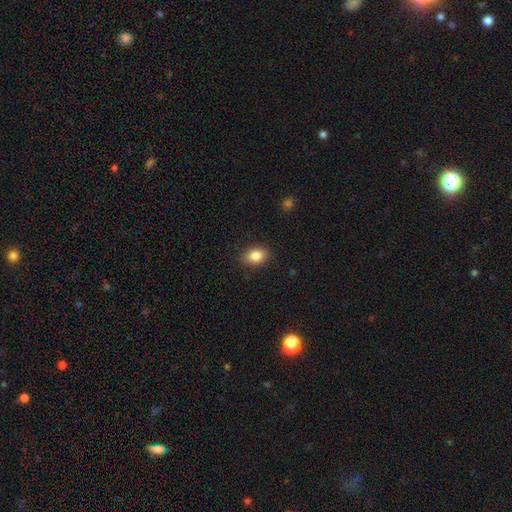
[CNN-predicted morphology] Overall: smooth (85%). How rounded: in between (76%). Merging: none (87%).